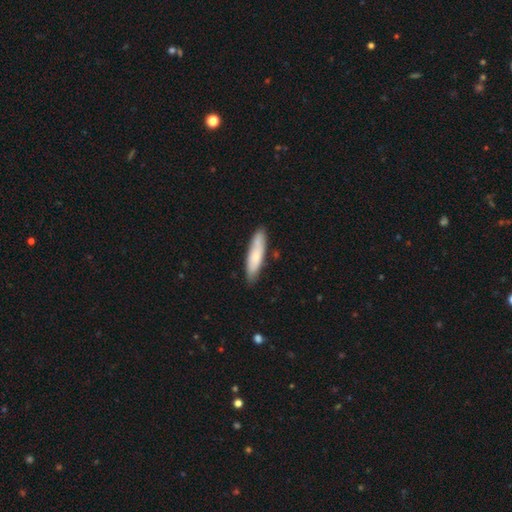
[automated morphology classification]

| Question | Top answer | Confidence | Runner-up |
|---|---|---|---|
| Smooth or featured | smooth | 72% | featured or disk (22%) |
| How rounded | cigar-shaped | 72% | in between (26%) |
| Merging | none | 80% | minor disturbance (15%) |